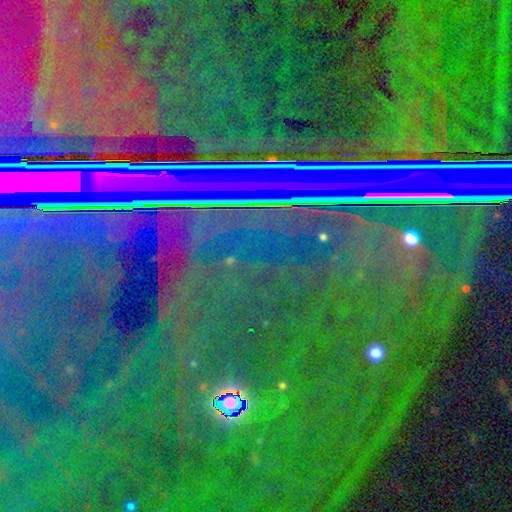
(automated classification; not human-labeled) smooth_or_featured: star or artifact (p=0.87) [alt: featured or disk p=0.08]